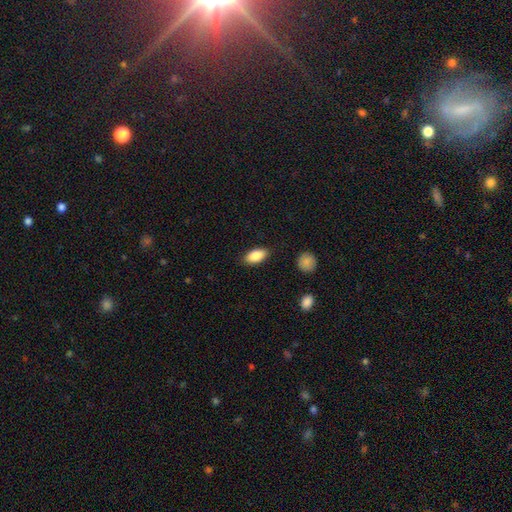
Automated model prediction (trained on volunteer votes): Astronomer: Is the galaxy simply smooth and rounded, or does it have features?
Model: smooth — 87%.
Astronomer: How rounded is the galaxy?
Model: in between — 92%.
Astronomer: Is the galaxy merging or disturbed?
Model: none — 86%.